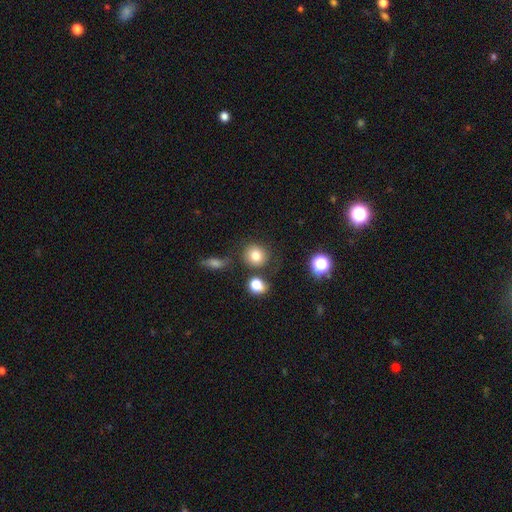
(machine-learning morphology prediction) The model was most divided on "merging": none: 74%, minor disturbance: 12%, merger: 9%, major disturbance: 5%. More confident: how rounded — round (85%); smooth or featured — smooth (79%).